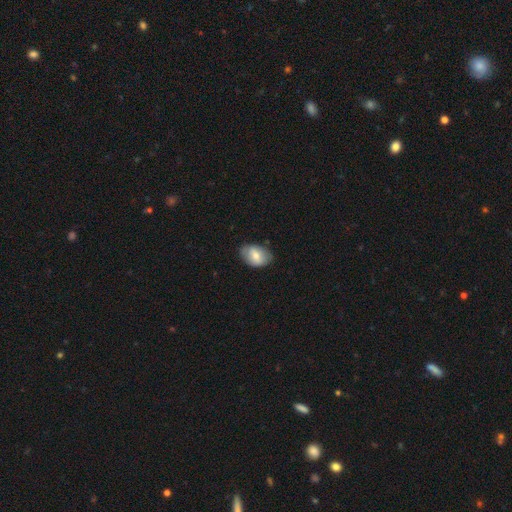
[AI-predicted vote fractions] The model was most divided on "smooth or featured": smooth: 67%, featured or disk: 27%, star or artifact: 7%. More confident: how rounded — in between (83%); merging — none (75%).